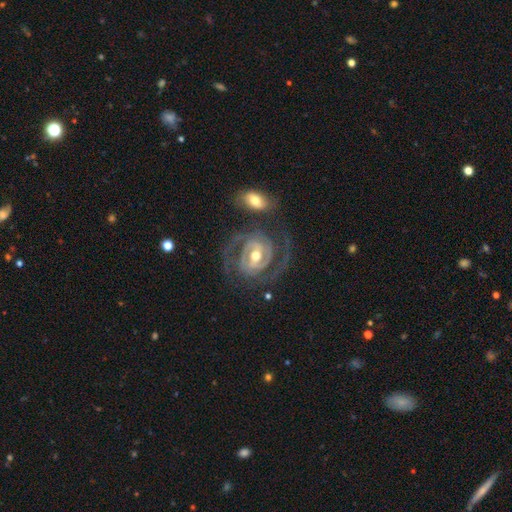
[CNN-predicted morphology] smooth-or-featured: featured or disk: 91% | smooth: 5% | star or artifact: 4%
  disk-edge-on: no: 97% | yes: 3%
    bar: strong: 42% | weak: 40% | no: 18%
    has-spiral-arms: yes: 96% | no: 4%
      spiral-winding: tight: 53% | medium: 39% | loose: 9%
      spiral-arm-count: 2: 74% | 3: 12% | can't tell: 6% | 1: 3% | 4: 3% | more than 4: 2%
    bulge-size: moderate: 74% | small: 19% | large: 6% | none: 1% | dominant: 1%
  merging: none: 66% | minor disturbance: 15% | major disturbance: 12% | merger: 7%